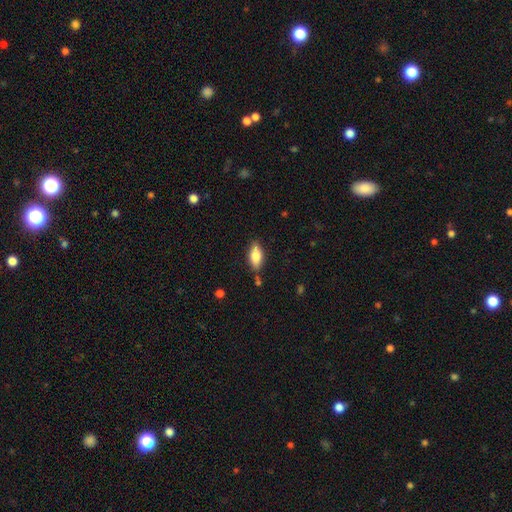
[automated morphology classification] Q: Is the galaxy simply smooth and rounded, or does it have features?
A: smooth — 81%.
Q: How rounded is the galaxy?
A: in between — 85%.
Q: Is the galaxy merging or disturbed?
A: none — 79%.